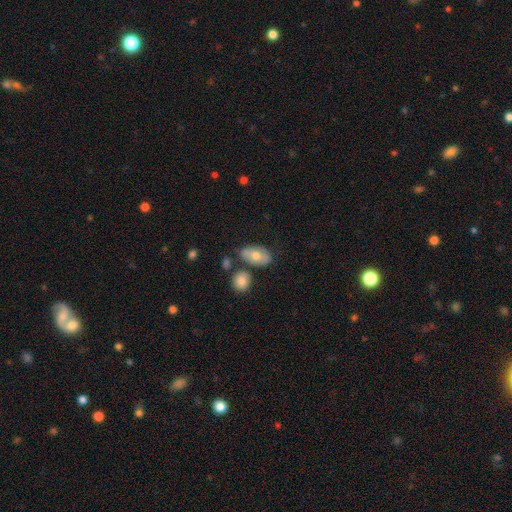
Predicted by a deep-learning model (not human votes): smooth-or-featured: smooth: 64% | featured or disk: 28% | star or artifact: 8%
  how-rounded: in between: 88% | round: 9% | cigar-shaped: 2%
  merging: none: 60% | minor disturbance: 18% | merger: 16% | major disturbance: 5%